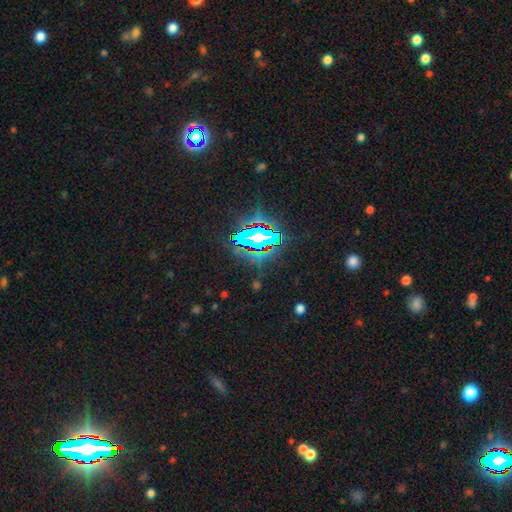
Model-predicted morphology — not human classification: The model was most divided on "smooth or featured": star or artifact: 84%, smooth: 9%, featured or disk: 7%.